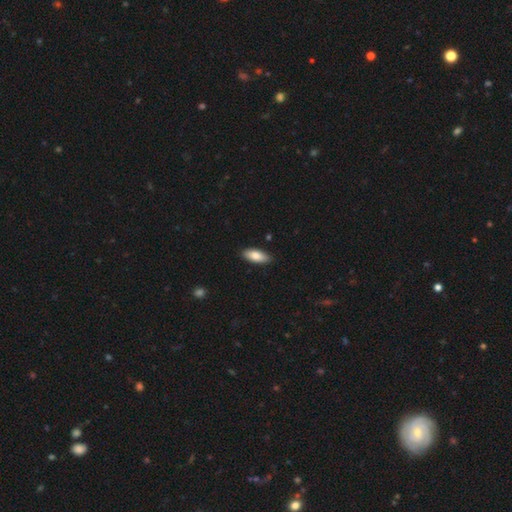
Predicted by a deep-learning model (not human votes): Smooth or featured? smooth (82%)
How rounded? in between (82%)
Merging? none (88%)